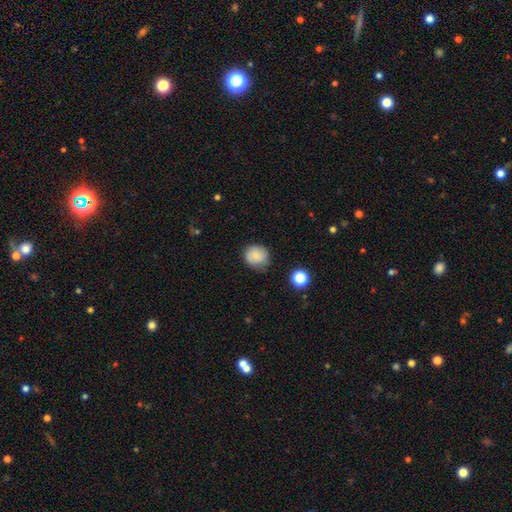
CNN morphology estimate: This appears to be a smooth galaxy with no disk features (78%) that is round (82%). Merging: none (73%).